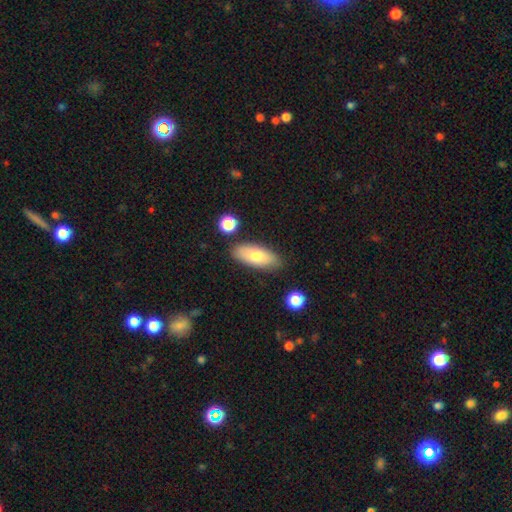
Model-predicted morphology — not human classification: A smooth galaxy with no disk features (75%) that is in between round and cigar-shaped (81%). Merging: none (83%).